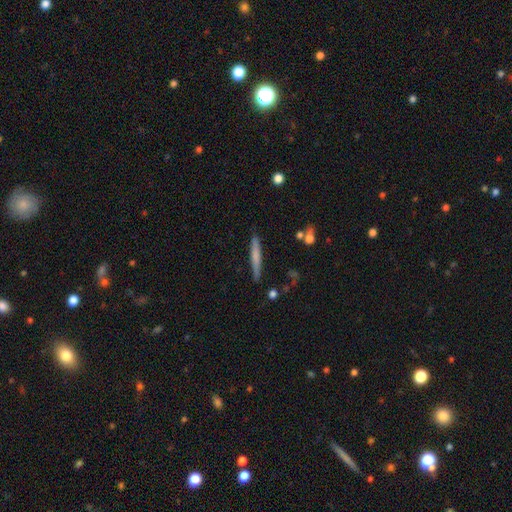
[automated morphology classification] smooth_or_featured: smooth (p=0.60) [alt: featured or disk p=0.34]
how_rounded: cigar-shaped (p=0.95) [alt: in between p=0.03]
merging: none (p=0.87) [alt: minor disturbance p=0.09]